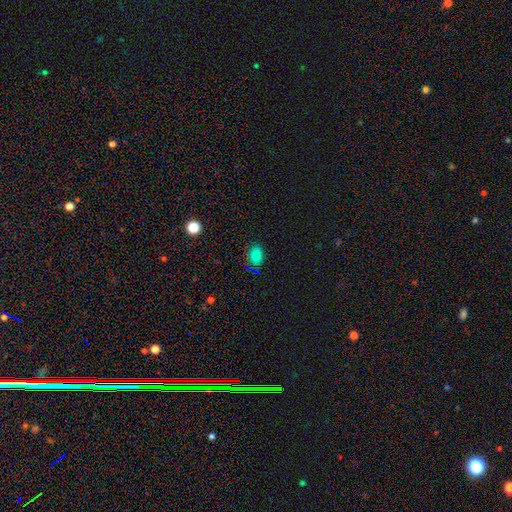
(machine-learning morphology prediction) type=smooth (71%); roundness=in between (65%); merging=none (81%).